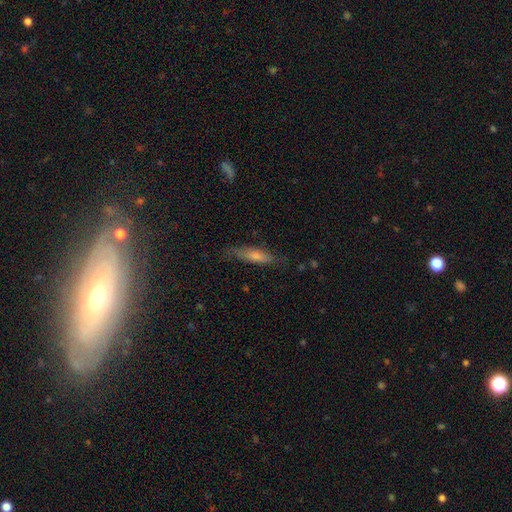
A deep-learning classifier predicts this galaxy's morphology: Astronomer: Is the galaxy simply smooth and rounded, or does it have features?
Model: smooth — 52% (runner-up: featured or disk, 39%).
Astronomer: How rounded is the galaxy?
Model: cigar-shaped — 76%.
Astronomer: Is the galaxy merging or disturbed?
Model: none — 77%.